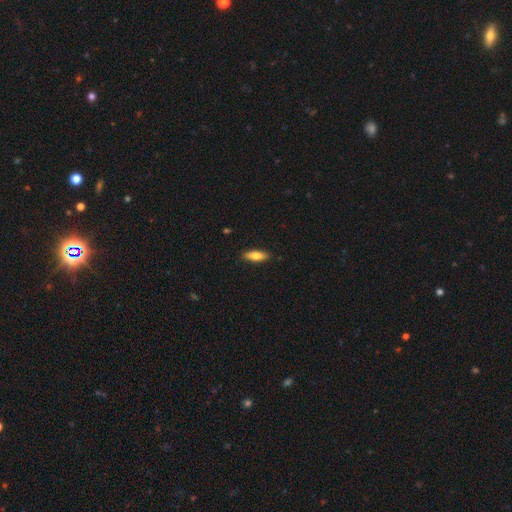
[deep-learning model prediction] Smooth or featured? Predicted: smooth (p=0.77). How rounded? Predicted: in between (p=0.61). Merging? Predicted: none (p=0.88).